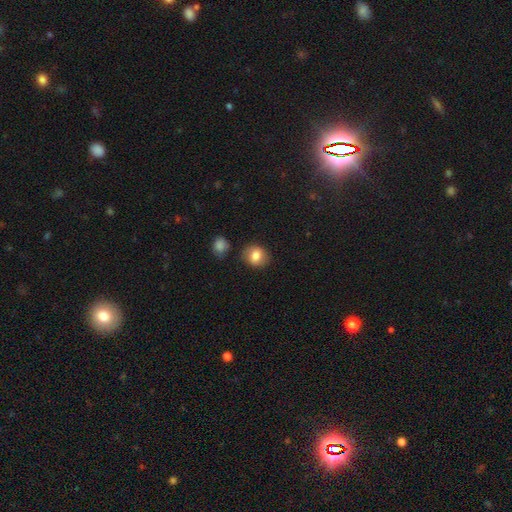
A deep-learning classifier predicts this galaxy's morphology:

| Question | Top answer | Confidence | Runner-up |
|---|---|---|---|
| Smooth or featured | smooth | 81% | featured or disk (10%) |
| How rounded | round | 66% | in between (33%) |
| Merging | none | 81% | minor disturbance (12%) |